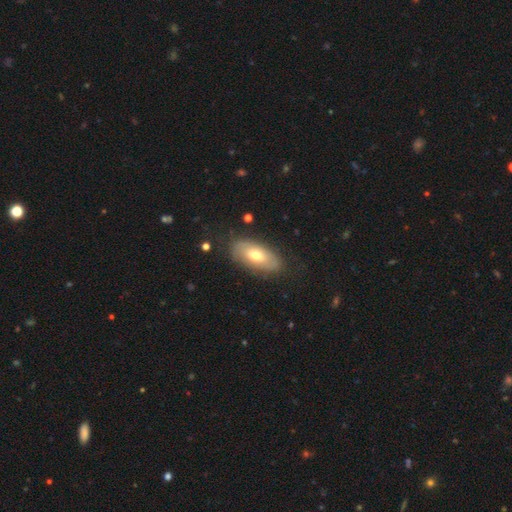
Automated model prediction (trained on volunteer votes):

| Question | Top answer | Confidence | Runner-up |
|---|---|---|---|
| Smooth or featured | smooth | 53% | featured or disk (41%) |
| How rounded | in between | 90% | cigar-shaped (6%) |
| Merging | none | 80% | minor disturbance (15%) |